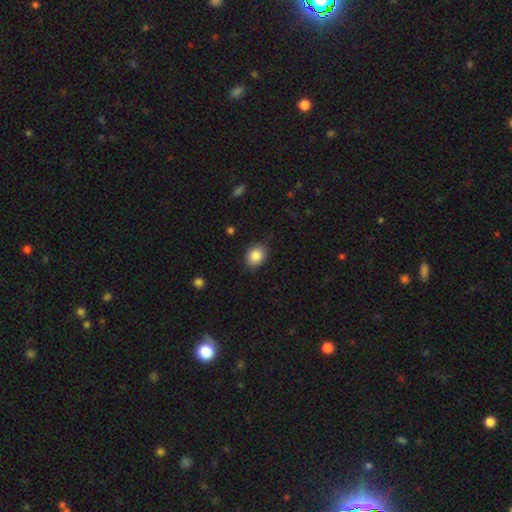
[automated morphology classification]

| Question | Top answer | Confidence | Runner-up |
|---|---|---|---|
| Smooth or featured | smooth | 86% | star or artifact (8%) |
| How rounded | in between | 51% | round (48%) |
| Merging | none | 80% | minor disturbance (16%) |